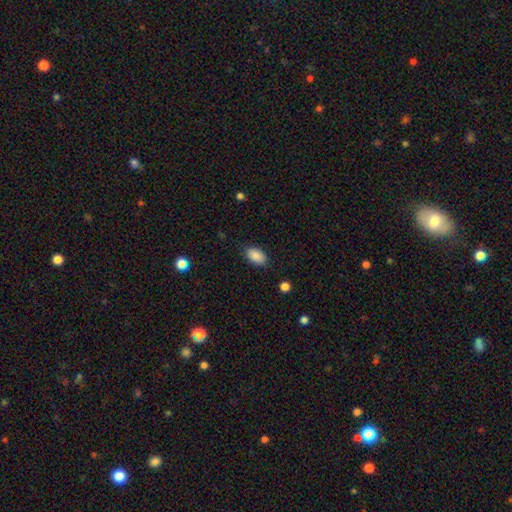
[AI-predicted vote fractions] Morphology: type=smooth (89%); roundness=in between (93%); merging=none (85%).